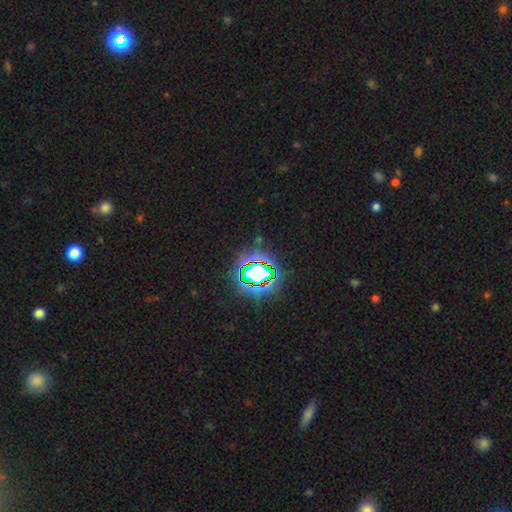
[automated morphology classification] smooth_or_featured: star or artifact (p=0.82) [alt: smooth p=0.11]